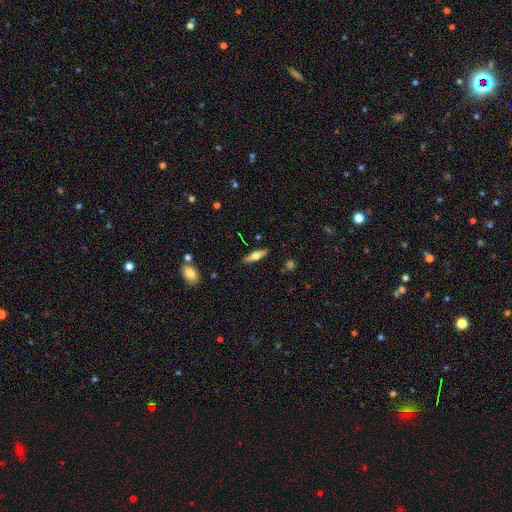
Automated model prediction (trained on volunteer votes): A featured or disk galaxy (48%). Merging: none (87%).